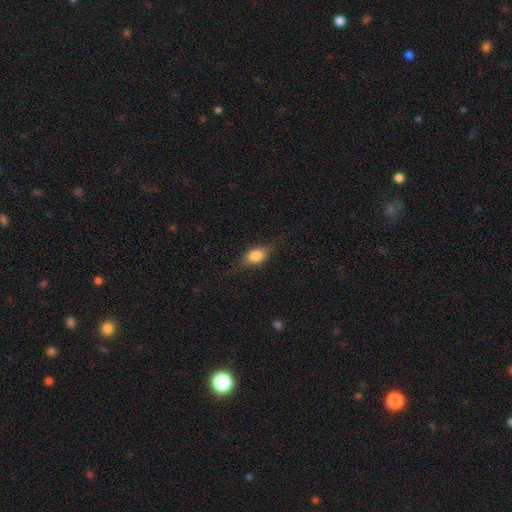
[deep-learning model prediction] The model was most divided on "how rounded": in between: 64%, round: 29%, cigar-shaped: 7%. More confident: merging — none (73%); smooth or featured — smooth (67%).